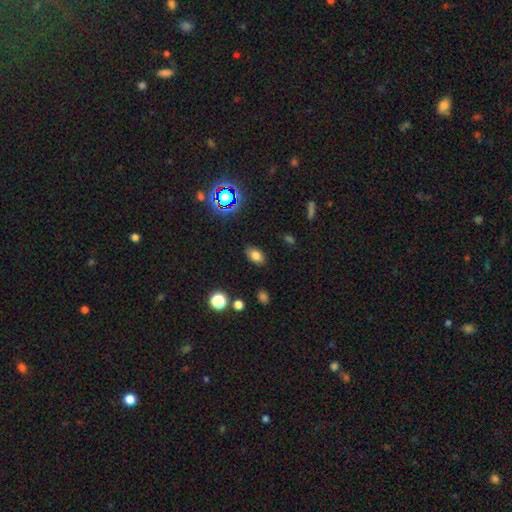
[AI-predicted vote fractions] smooth_or_featured: smooth (p=0.77) [alt: star or artifact p=0.14]
how_rounded: in between (p=0.87) [alt: round p=0.12]
merging: none (p=0.86) [alt: minor disturbance p=0.10]